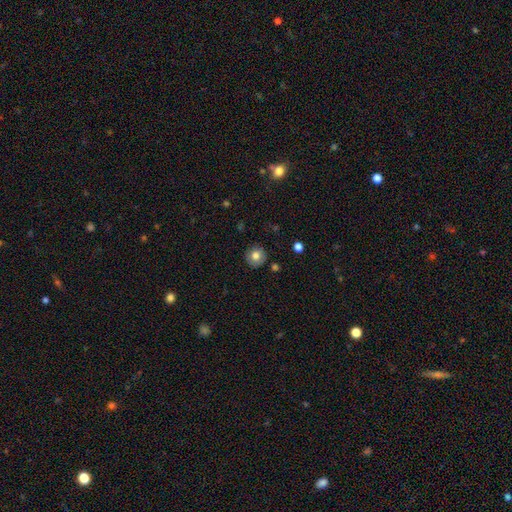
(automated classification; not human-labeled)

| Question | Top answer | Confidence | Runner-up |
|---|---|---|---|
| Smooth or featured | smooth | 77% | featured or disk (13%) |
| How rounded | round | 91% | in between (8%) |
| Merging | none | 88% | minor disturbance (9%) |